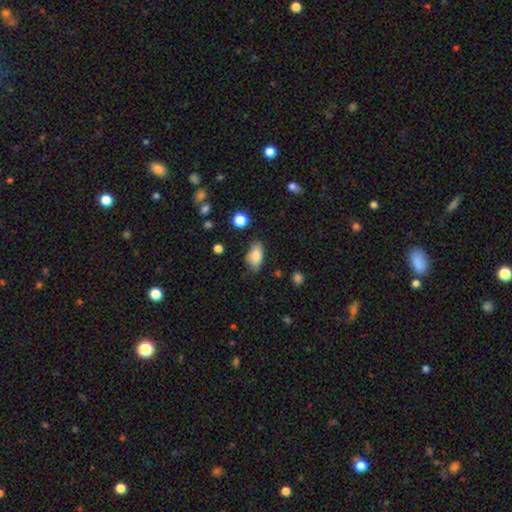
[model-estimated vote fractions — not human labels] Smooth or featured: smooth — 85% (star or artifact — 8%)
How rounded: in between — 91% (round — 5%)
Merging: none — 75% (minor disturbance — 19%)